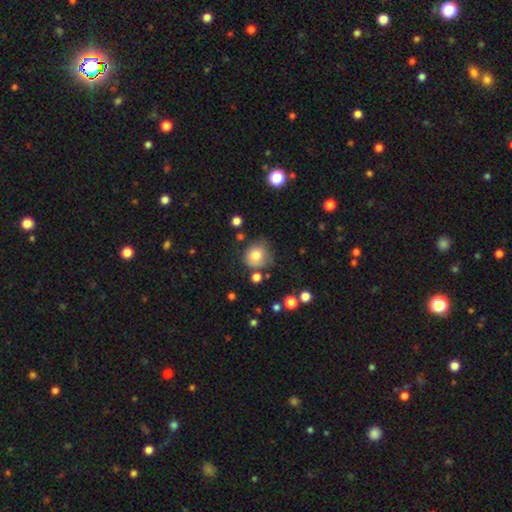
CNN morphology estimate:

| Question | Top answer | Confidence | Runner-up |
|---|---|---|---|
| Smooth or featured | smooth | 79% | star or artifact (10%) |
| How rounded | round | 84% | in between (15%) |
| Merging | none | 65% | minor disturbance (22%) |